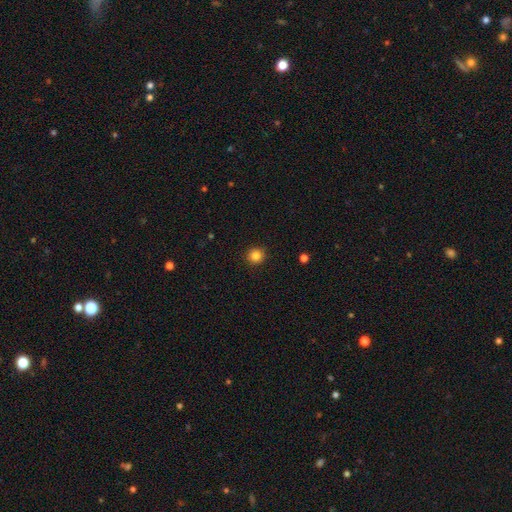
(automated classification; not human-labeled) A smooth galaxy with no disk features (84%) that is round (93%).

Vote fractions:
- Smooth or featured? smooth: 84% / star or artifact: 11% / featured or disk: 4%
- How rounded? round: 93% / in between: 6% / cigar-shaped: 1%
- Merging? none: 92% / minor disturbance: 5% / major disturbance: 2% / merger: 1%